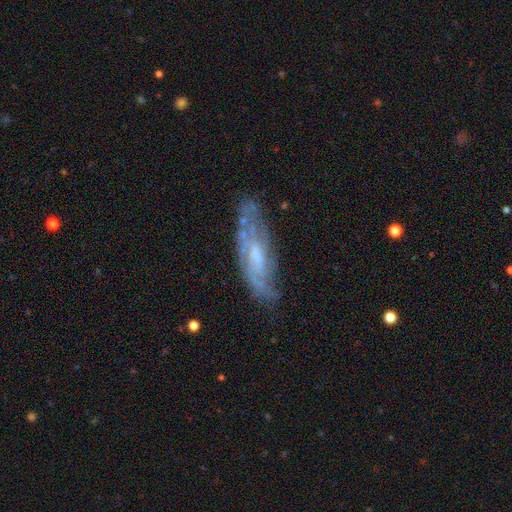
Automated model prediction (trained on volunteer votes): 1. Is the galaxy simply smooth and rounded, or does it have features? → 71% featured or disk, 22% smooth, 7% star or artifact.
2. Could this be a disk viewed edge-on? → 74% no, 26% yes.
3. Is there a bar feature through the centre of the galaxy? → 52% no, 40% weak, 8% strong.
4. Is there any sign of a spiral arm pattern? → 75% yes, 25% no.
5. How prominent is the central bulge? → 47% small, 39% moderate, 11% none, 3% large, 1% dominant.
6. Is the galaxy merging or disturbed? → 66% none, 23% minor disturbance, 8% major disturbance, 2% merger.